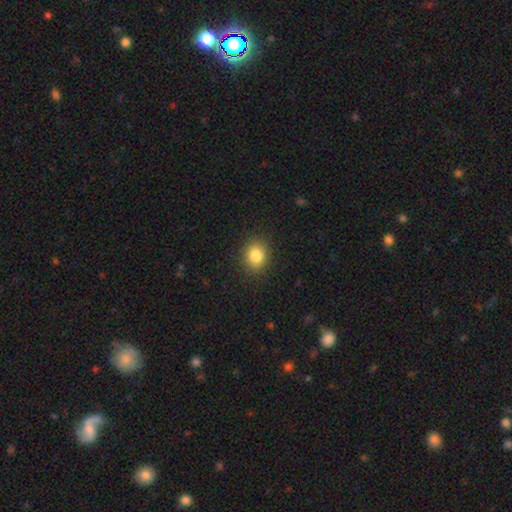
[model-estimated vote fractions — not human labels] A smooth galaxy with no disk features (85%) that is round (66%). Merging: none (89%).